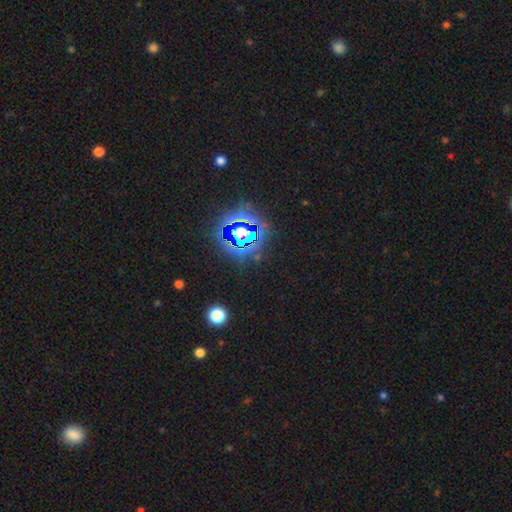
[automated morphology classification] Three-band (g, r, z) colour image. It shows a star or artifact, not a galaxy (82%).